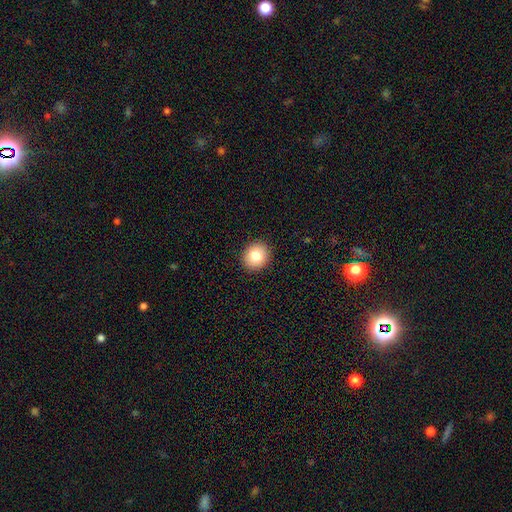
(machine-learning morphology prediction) smooth-or-featured: smooth: 82% | star or artifact: 9% | featured or disk: 9%
  how-rounded: round: 78% | in between: 21% | cigar-shaped: 1%
  merging: none: 92% | minor disturbance: 5% | major disturbance: 2% | merger: 1%